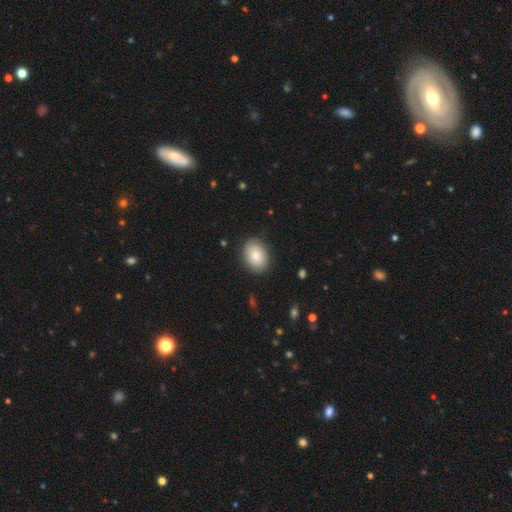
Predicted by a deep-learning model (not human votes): This appears to be a smooth galaxy with no disk features (77%) that is in between round and cigar-shaped (71%). Merging: none (83%).